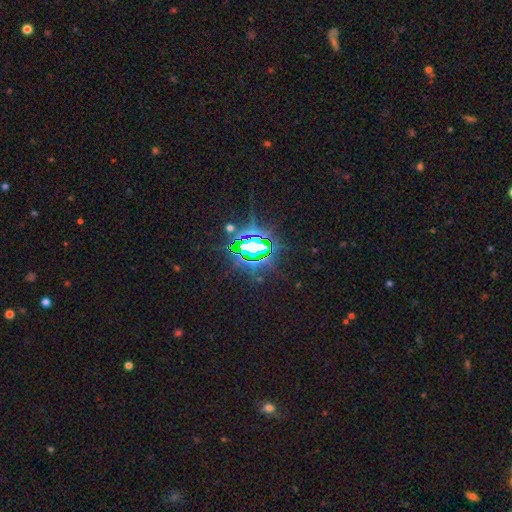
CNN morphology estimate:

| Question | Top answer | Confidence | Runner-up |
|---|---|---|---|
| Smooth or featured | star or artifact | 83% | smooth (9%) |